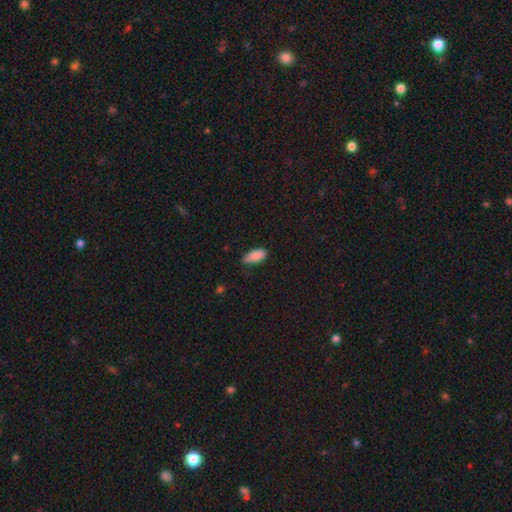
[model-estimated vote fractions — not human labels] This is clearly a smooth galaxy (88%). How rounded: clearly in between (88%). Merging: likely none (65%).